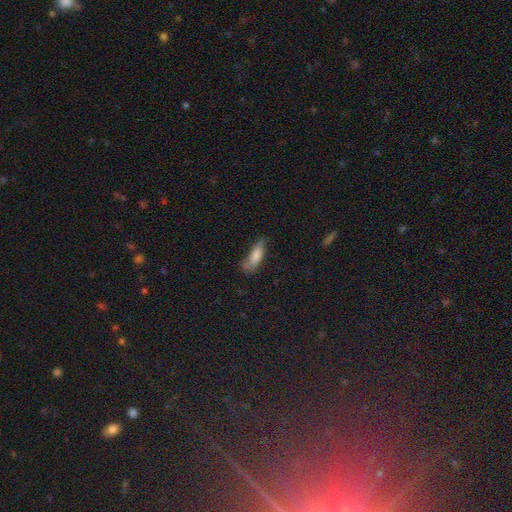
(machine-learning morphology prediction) This is likely a smooth galaxy (77%). How rounded: possibly in between (60%). Merging: possibly none (51%).